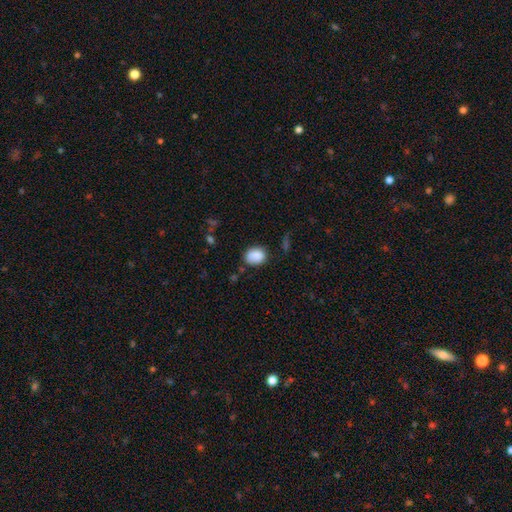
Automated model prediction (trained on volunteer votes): This is clearly a smooth galaxy (88%). How rounded: possibly in between (55%). Merging: likely none (74%).